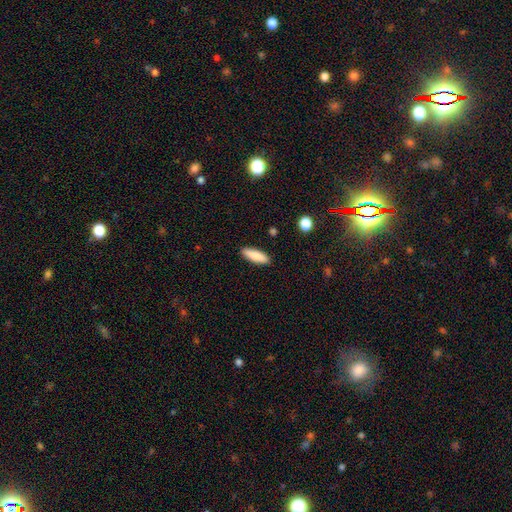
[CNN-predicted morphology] smooth-or-featured: smooth: 85% | featured or disk: 9% | star or artifact: 6%
  how-rounded: in between: 50% | cigar-shaped: 48% | round: 2%
  merging: none: 89% | minor disturbance: 8% | major disturbance: 2% | merger: 1%